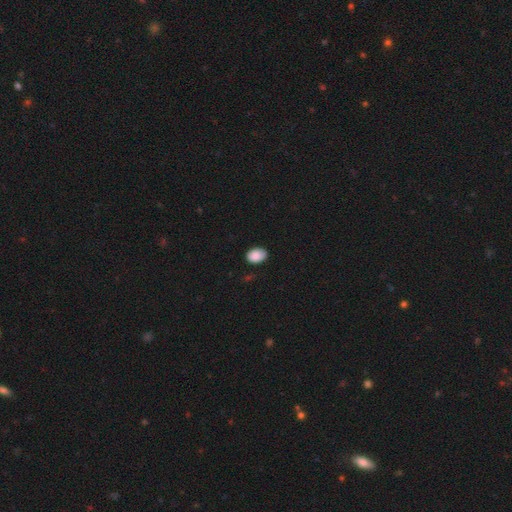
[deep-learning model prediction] Overall: smooth (89%). How rounded: in between (78%). Merging: none (83%).